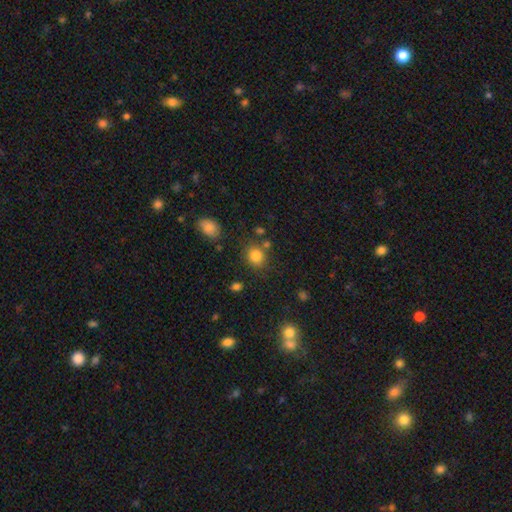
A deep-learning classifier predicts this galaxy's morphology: Q: Smooth or featured?
A: smooth (82%); runner-up: star or artifact (12%)
Q: How rounded?
A: round (76%); runner-up: in between (23%)
Q: Merging?
A: none (76%); runner-up: minor disturbance (12%)